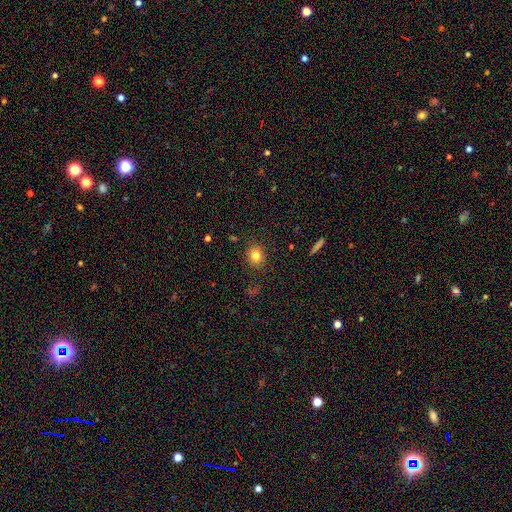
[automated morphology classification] This is clearly a smooth galaxy (81%). How rounded: likely round (75%). Merging: clearly none (87%).